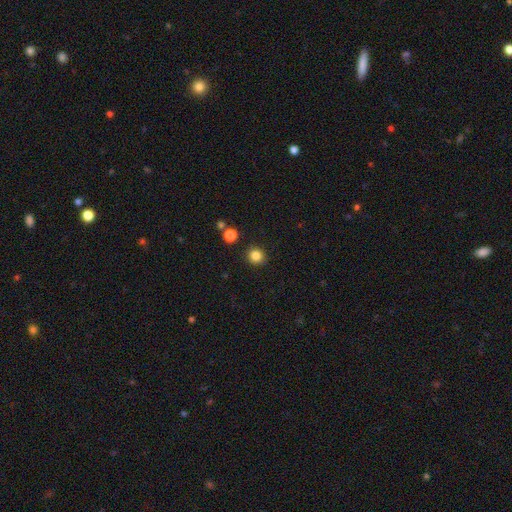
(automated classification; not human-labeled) Overall: smooth (84%). How rounded: round (89%). Merging: none (89%).